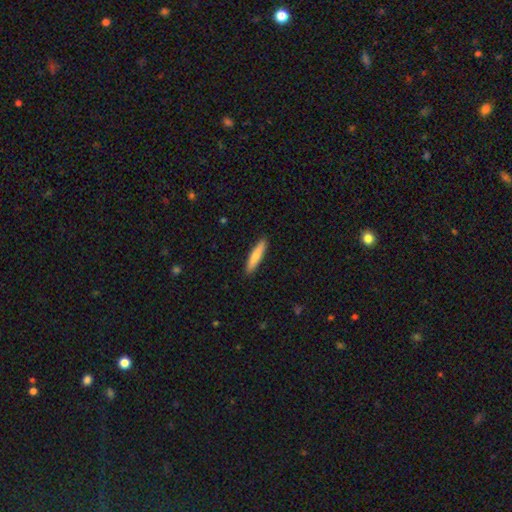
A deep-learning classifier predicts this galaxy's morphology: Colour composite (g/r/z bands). It shows a smooth galaxy with no disk features (74%) that is cigar-shaped (87%). Merging: none (91%).